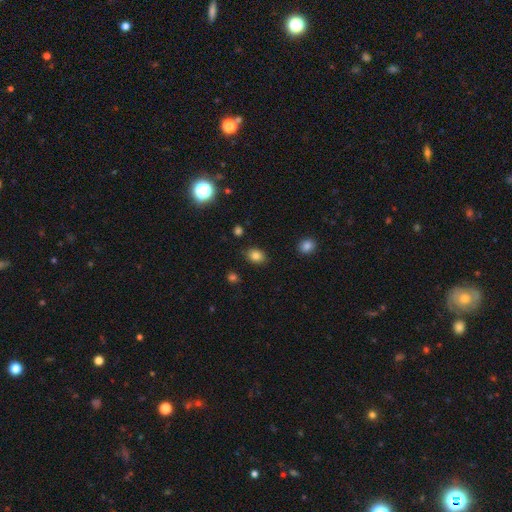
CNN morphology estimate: type=smooth (82%); roundness=in between (62%); merging=none (84%).